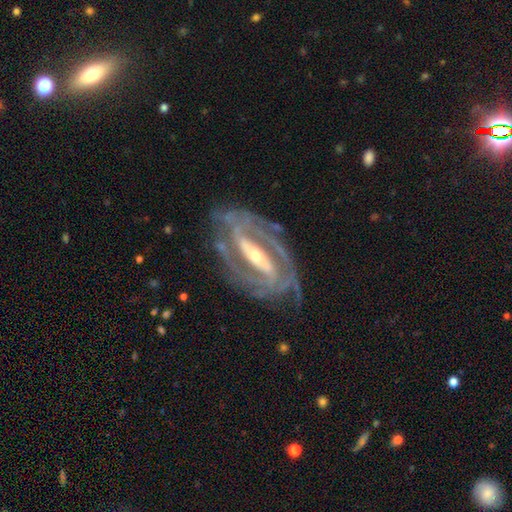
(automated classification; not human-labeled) Q: Smooth or featured?
A: featured or disk (89%); runner-up: star or artifact (6%)
Q: Edge-on disk?
A: no (91%); runner-up: yes (9%)
Q: Bar?
A: strong (72%); runner-up: weak (20%)
Q: Spiral arms?
A: yes (95%); runner-up: no (5%)
Q: Spiral winding?
A: tight (57%); runner-up: medium (34%)
Q: Spiral arm count?
A: 2 (62%); runner-up: can't tell (15%)
Q: Bulge size?
A: small (54%); runner-up: moderate (41%)
Q: Merging?
A: none (76%); runner-up: minor disturbance (16%)